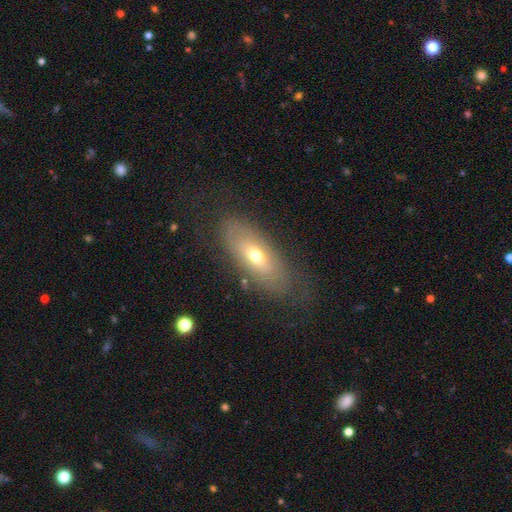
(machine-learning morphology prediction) Overall: smooth (51%; featured or disk 40%). How rounded: in between (81%). Merging: none (74%).